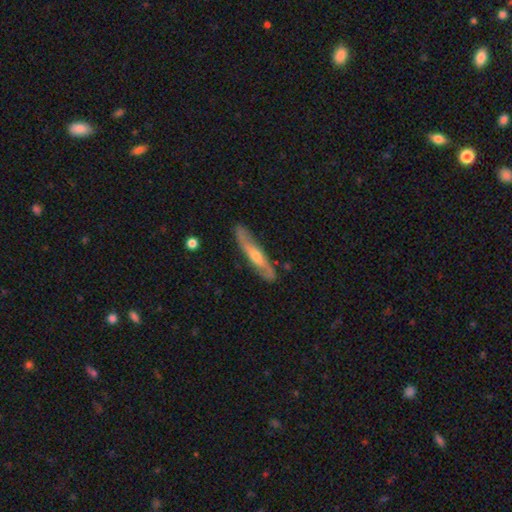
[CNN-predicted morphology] Overall: featured or disk (61%; smooth 34%). Edge-on disk: yes (59%; no 41%). Merging: none (82%).